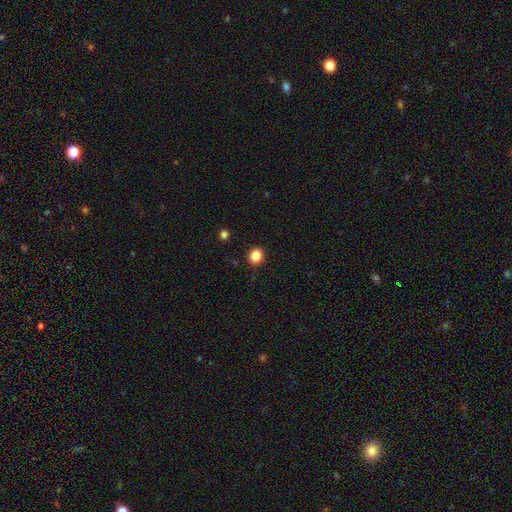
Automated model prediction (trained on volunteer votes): smooth-or-featured: smooth: 87% | star or artifact: 10% | featured or disk: 3%
  how-rounded: round: 67% | in between: 32% | cigar-shaped: 1%
  merging: none: 90% | minor disturbance: 7% | major disturbance: 2% | merger: 1%